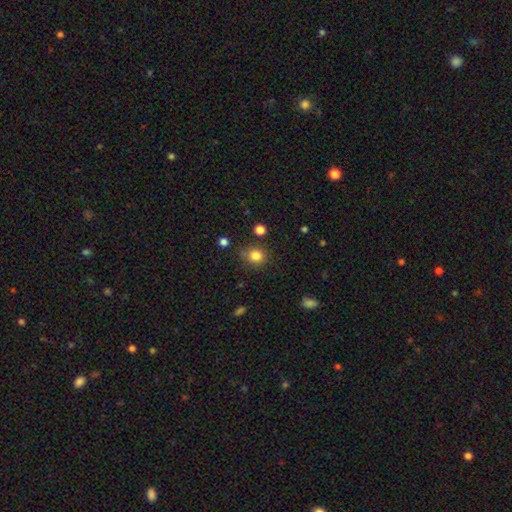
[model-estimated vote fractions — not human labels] smooth-or-featured: smooth: 83% | star or artifact: 12% | featured or disk: 5%
  how-rounded: round: 81% | in between: 18% | cigar-shaped: 1%
  merging: none: 76% | minor disturbance: 15% | merger: 5% | major disturbance: 4%